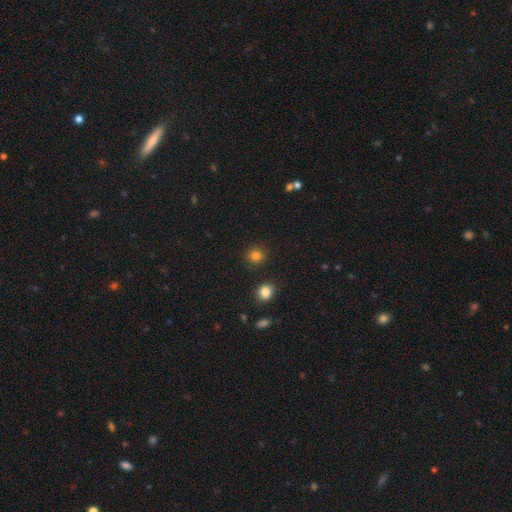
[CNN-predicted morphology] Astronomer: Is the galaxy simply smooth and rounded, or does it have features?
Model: smooth — 83%.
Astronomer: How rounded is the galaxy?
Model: round — 86%.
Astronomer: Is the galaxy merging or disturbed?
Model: none — 87%.